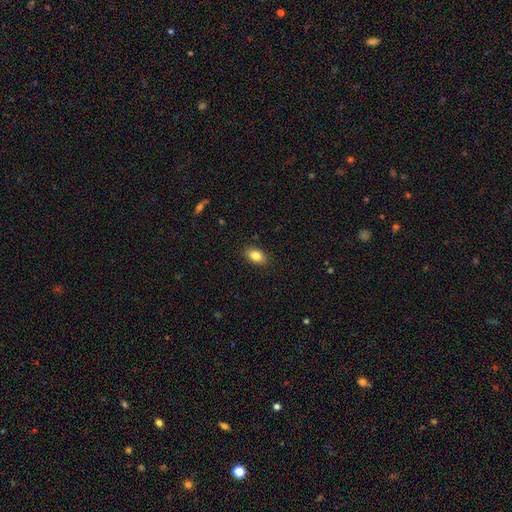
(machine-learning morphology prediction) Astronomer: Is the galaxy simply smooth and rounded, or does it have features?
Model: smooth — 85%.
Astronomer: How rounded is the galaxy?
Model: in between — 88%.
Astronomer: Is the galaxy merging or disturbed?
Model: none — 89%.